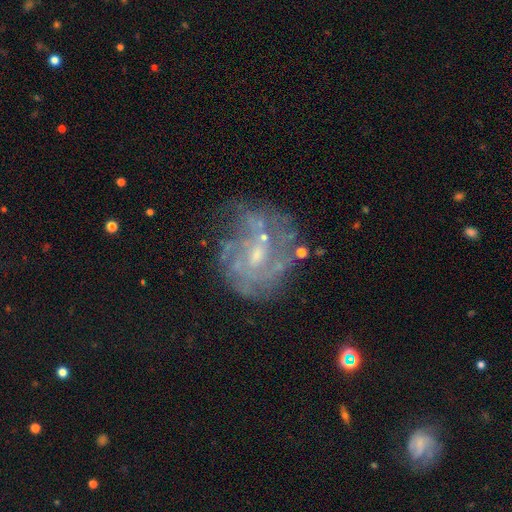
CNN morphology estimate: Q: Smooth or featured?
A: featured or disk (76%); runner-up: smooth (14%)
Q: Edge-on disk?
A: no (98%); runner-up: yes (2%)
Q: Bar?
A: no (57%); runner-up: weak (37%)
Q: Spiral arms?
A: yes (73%); runner-up: no (27%)
Q: Spiral winding?
A: tight (51%); runner-up: medium (34%)
Q: Spiral arm count?
A: can't tell (49%); runner-up: 3 (16%)
Q: Bulge size?
A: small (50%); runner-up: moderate (35%)
Q: Merging?
A: none (58%); runner-up: minor disturbance (21%)